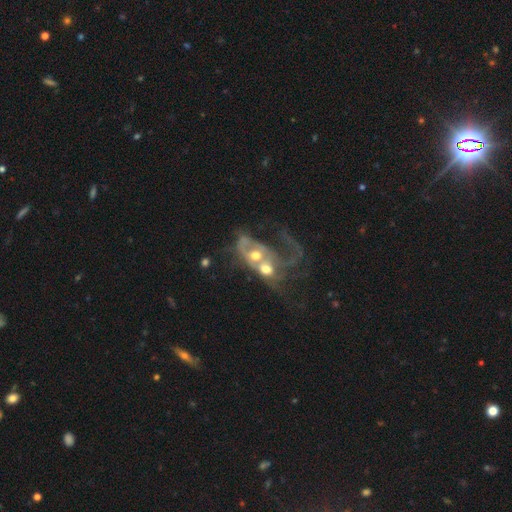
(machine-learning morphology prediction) Smooth or featured? featured or disk (67%)
Edge-on disk? no (95%)
Bar? no (75%)
Spiral arms? yes (55%)
Bulge size? moderate (65%)
Merging? merger (75%)